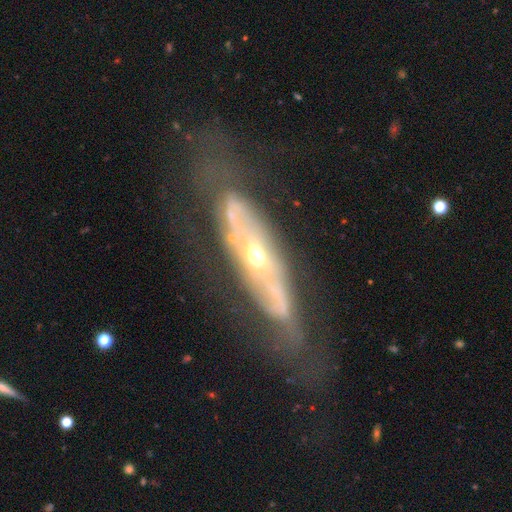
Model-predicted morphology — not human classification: This is likely a featured or disk galaxy (78%). It is likely not viewed edge-on (71%). Bar: likely no (75%). Spiral arm pattern: possibly yes (53%). Central bulge: possibly moderate (58%). Merging: possibly none (55%).